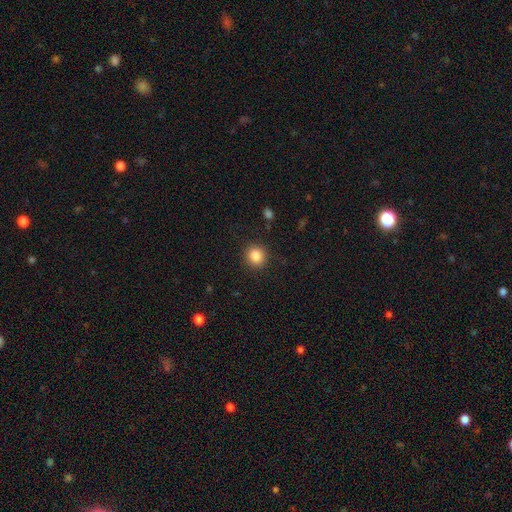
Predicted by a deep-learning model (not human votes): smooth-or-featured: smooth: 86% | star or artifact: 10% | featured or disk: 5%
  how-rounded: round: 88% | in between: 11% | cigar-shaped: 1%
  merging: none: 89% | minor disturbance: 7% | major disturbance: 3% | merger: 1%